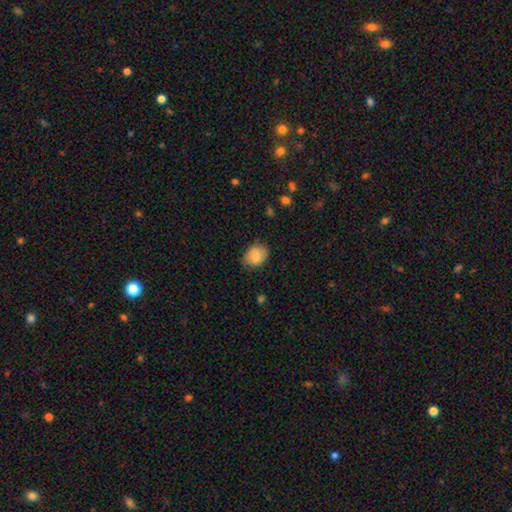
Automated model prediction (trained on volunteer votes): Smooth or featured: smooth — 81% (featured or disk — 12%)
How rounded: in between — 62% (round — 37%)
Merging: none — 76% (minor disturbance — 18%)